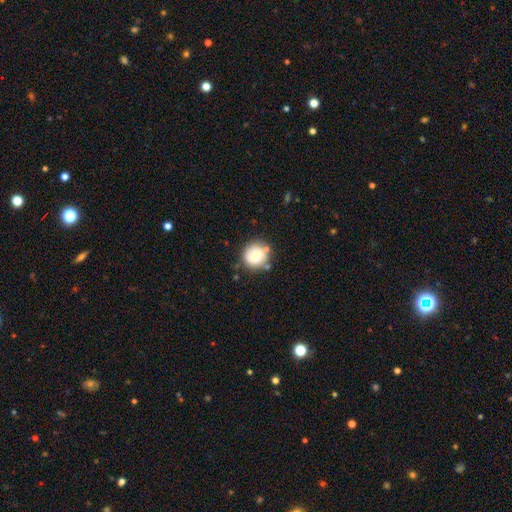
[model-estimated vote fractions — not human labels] A smooth galaxy with no disk features (74%) that is round (90%). Merging: none (73%).